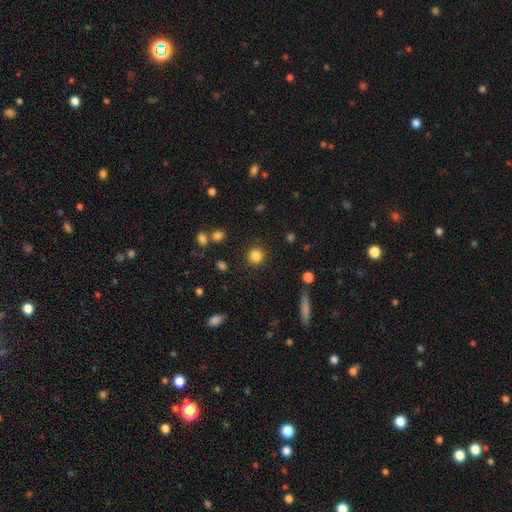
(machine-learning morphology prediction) A smooth galaxy with no disk features (84%) that is round (93%). Merging: none (89%).